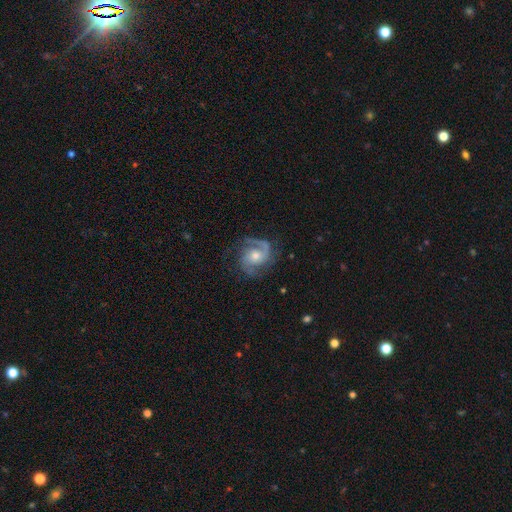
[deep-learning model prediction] The model was most divided on "spiral winding": medium: 53%, tight: 28%, loose: 19%. More confident: edge-on disk — no (98%); spiral arms — yes (97%); smooth or featured — featured or disk (87%); merging — none (71%); spiral arm count — 2 (71%); bar — no (63%); bulge size — moderate (61%).